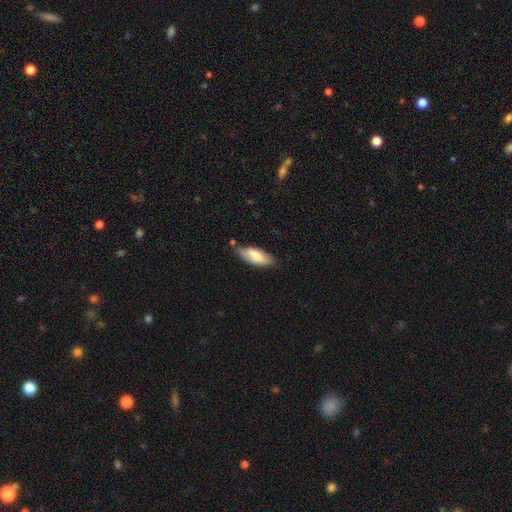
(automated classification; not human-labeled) A smooth galaxy with no disk features (76%) that is in between round and cigar-shaped (75%). Merging: none (75%).